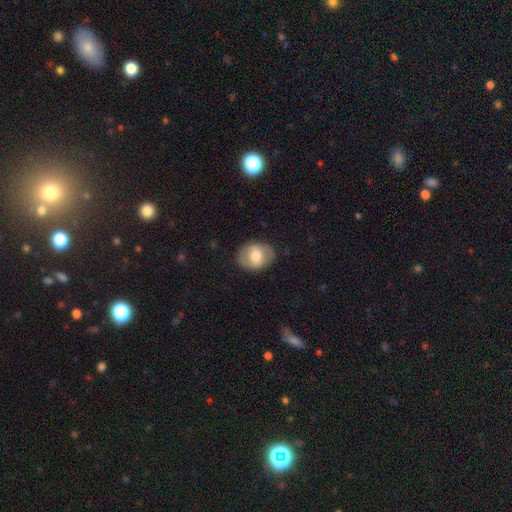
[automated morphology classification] Smooth or featured?
  - smooth: 62% *
  - featured or disk: 32%
  - star or artifact: 6%
How rounded?
  - in between: 64% *
  - round: 35%
  - cigar-shaped: 1%
Merging?
  - none: 84% *
  - minor disturbance: 12%
  - major disturbance: 4%
  - merger: 1%